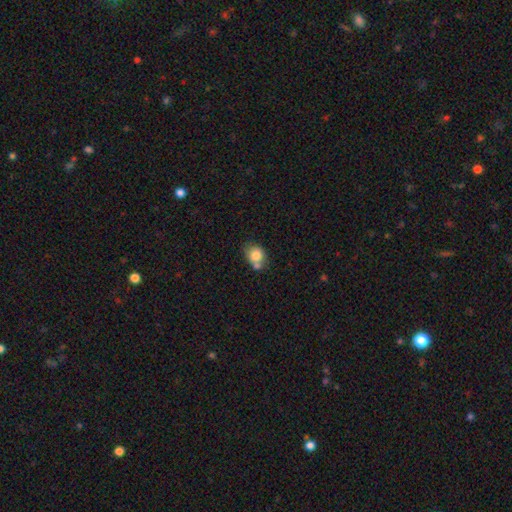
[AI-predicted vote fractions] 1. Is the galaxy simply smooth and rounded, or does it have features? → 80% smooth, 11% featured or disk, 9% star or artifact.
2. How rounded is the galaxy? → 65% round, 34% in between, 1% cigar-shaped.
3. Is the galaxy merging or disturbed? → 48% none, 30% merger, 17% minor disturbance, 5% major disturbance.